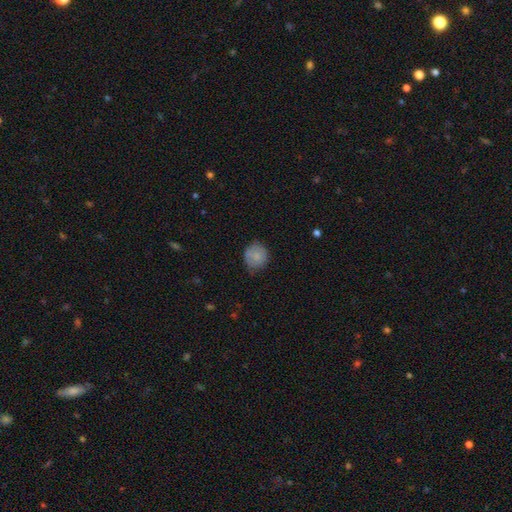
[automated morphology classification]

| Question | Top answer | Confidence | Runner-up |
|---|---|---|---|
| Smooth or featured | smooth | 79% | featured or disk (13%) |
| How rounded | round | 77% | in between (22%) |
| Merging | none | 63% | minor disturbance (29%) |